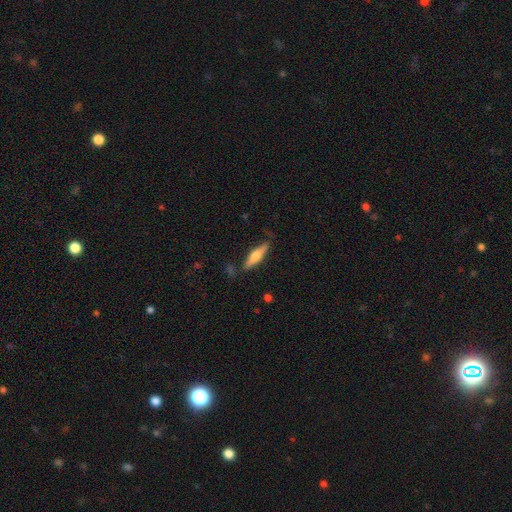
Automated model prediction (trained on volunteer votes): Smooth or featured?
  - smooth: 47% * (tied)
  - featured or disk: 47% * (tied)
  - star or artifact: 6%
Merging?
  - none: 80% *
  - minor disturbance: 14%
  - major disturbance: 3%
  - merger: 3%